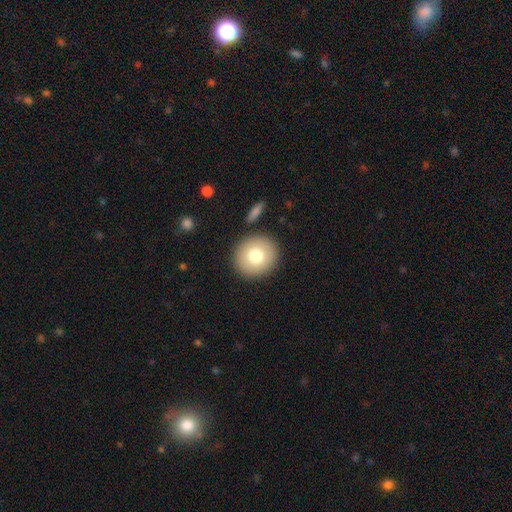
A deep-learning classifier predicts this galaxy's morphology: Smooth or featured? smooth (75%)
How rounded? round (90%)
Merging? none (88%)